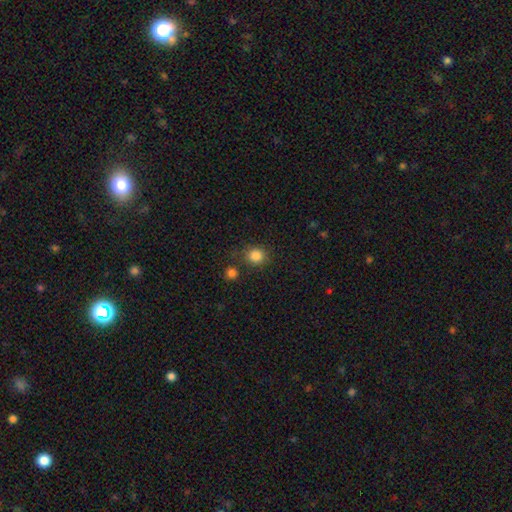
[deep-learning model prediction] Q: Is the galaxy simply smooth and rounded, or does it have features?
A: smooth — 85%.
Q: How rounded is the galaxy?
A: round — 83%.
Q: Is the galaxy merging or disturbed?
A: none — 78%.